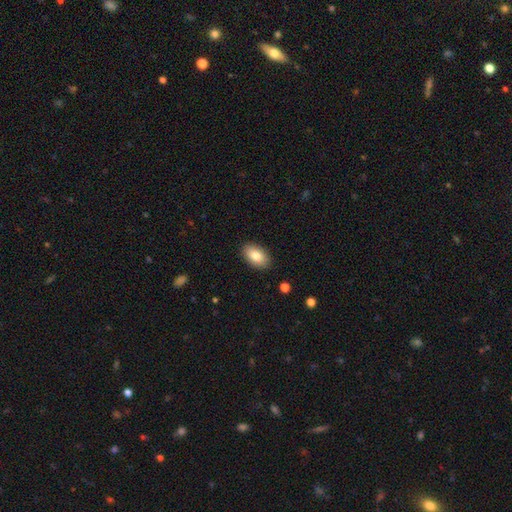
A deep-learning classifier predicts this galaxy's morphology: A smooth galaxy with no disk features (83%) that is in between round and cigar-shaped (93%).

Vote fractions:
- Smooth or featured? smooth: 83% / featured or disk: 10% / star or artifact: 7%
- How rounded? in between: 93% / round: 5% / cigar-shaped: 2%
- Merging? none: 89% / minor disturbance: 8% / major disturbance: 2% / merger: 1%